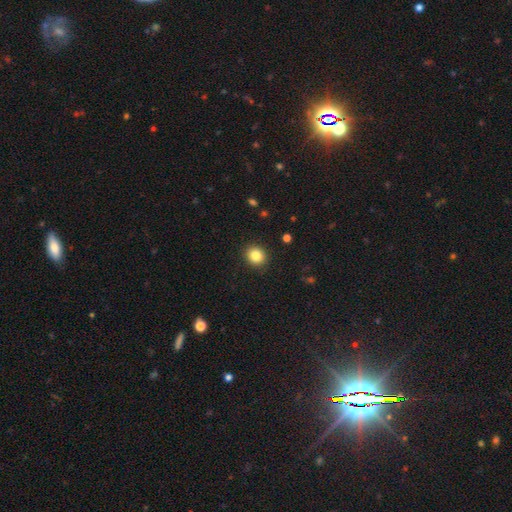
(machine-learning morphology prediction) Smooth or featured?
  - smooth: 84% *
  - star or artifact: 10%
  - featured or disk: 5%
How rounded?
  - round: 80% *
  - in between: 19%
  - cigar-shaped: 1%
Merging?
  - none: 91% *
  - minor disturbance: 6%
  - major disturbance: 2%
  - merger: 1%